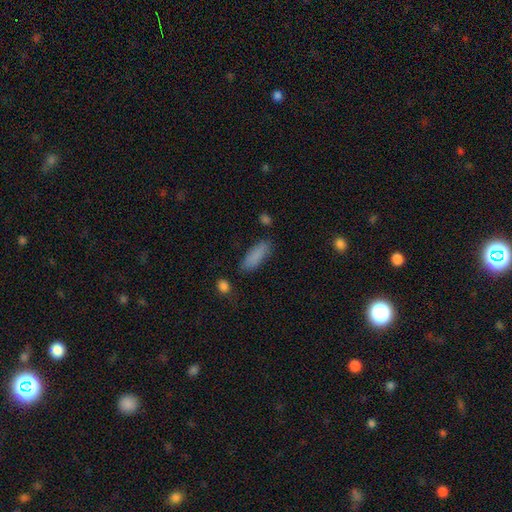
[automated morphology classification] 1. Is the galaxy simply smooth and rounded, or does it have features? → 86% smooth, 7% star or artifact, 7% featured or disk.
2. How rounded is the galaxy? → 58% in between, 40% cigar-shaped, 2% round.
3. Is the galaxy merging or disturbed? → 79% none, 14% minor disturbance, 4% major disturbance, 3% merger.